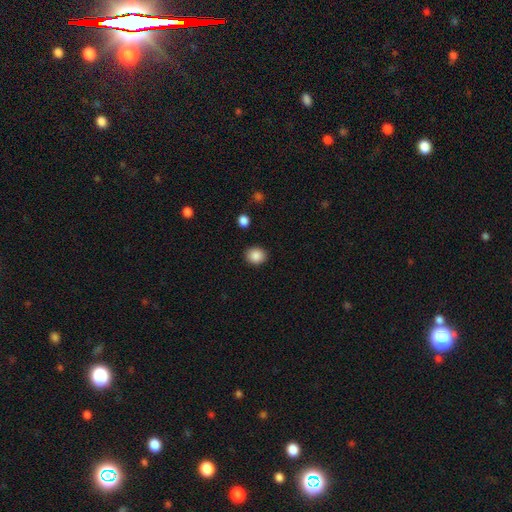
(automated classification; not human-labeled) This appears to be a smooth galaxy with no disk features (88%) that is round (75%). Merging: none (89%).